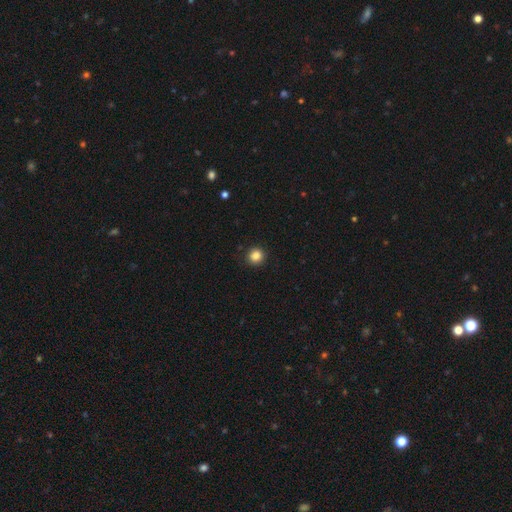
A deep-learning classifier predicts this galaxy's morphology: Smooth or featured?
  - smooth: 86% *
  - star or artifact: 11%
  - featured or disk: 3%
How rounded?
  - round: 92% *
  - in between: 7%
  - cigar-shaped: 1%
Merging?
  - none: 91% *
  - minor disturbance: 6%
  - major disturbance: 2%
  - merger: 1%